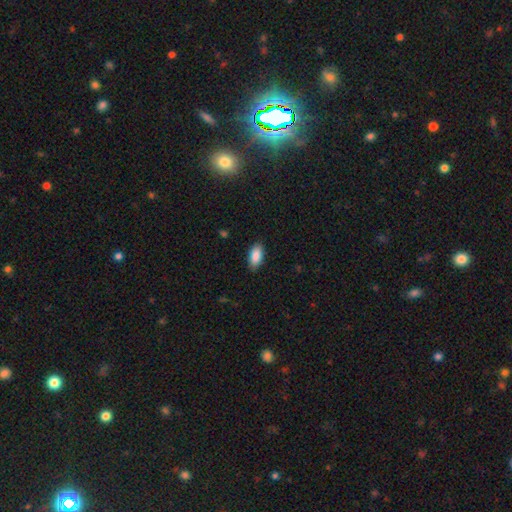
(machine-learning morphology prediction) smooth-or-featured: smooth: 88% | star or artifact: 7% | featured or disk: 5%
  how-rounded: in between: 92% | cigar-shaped: 6% | round: 2%
  merging: none: 86% | minor disturbance: 11% | major disturbance: 2% | merger: 1%